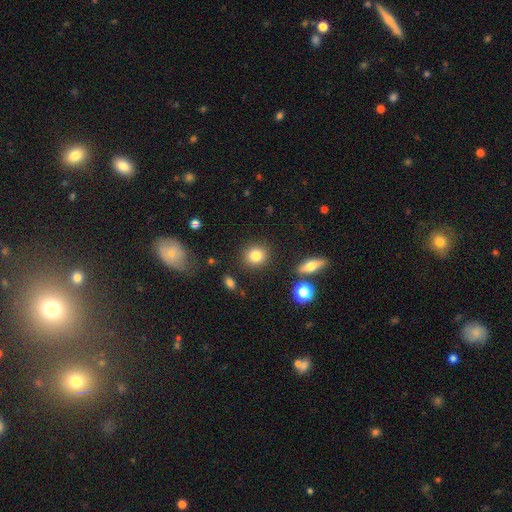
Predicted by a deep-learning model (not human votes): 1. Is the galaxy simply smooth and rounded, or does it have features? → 83% smooth, 10% star or artifact, 7% featured or disk.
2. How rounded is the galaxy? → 81% round, 18% in between, 2% cigar-shaped.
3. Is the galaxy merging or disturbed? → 87% none, 7% minor disturbance, 3% merger, 3% major disturbance.